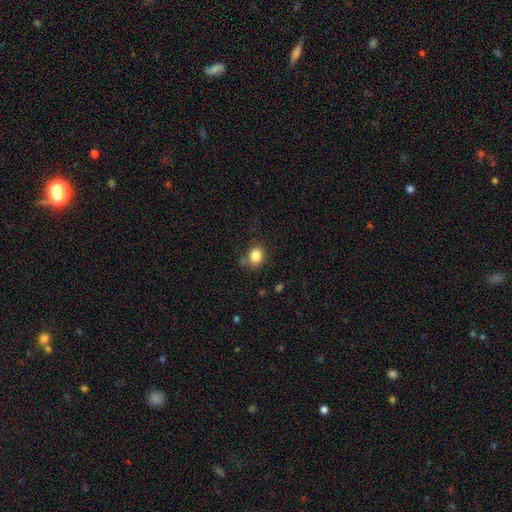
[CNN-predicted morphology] Q: Smooth or featured?
A: smooth (84%); runner-up: star or artifact (10%)
Q: How rounded?
A: round (61%); runner-up: in between (38%)
Q: Merging?
A: none (72%); runner-up: minor disturbance (18%)